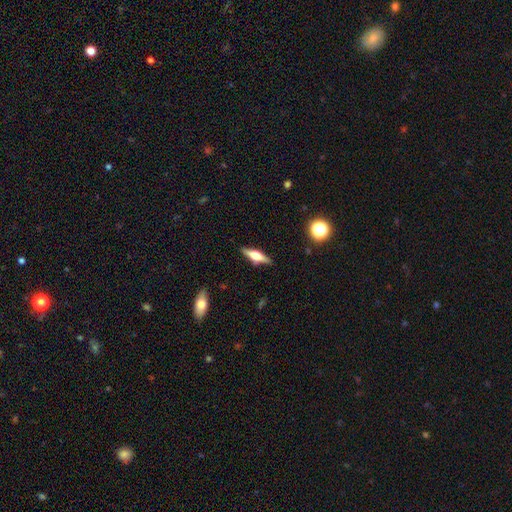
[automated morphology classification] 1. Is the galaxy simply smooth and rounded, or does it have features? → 58% featured or disk, 35% smooth, 7% star or artifact.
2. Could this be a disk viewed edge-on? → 95% yes, 5% no.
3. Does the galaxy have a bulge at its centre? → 90% rounded, 8% boxy, 2% none.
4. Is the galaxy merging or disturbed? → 88% none, 9% minor disturbance, 2% major disturbance, 1% merger.